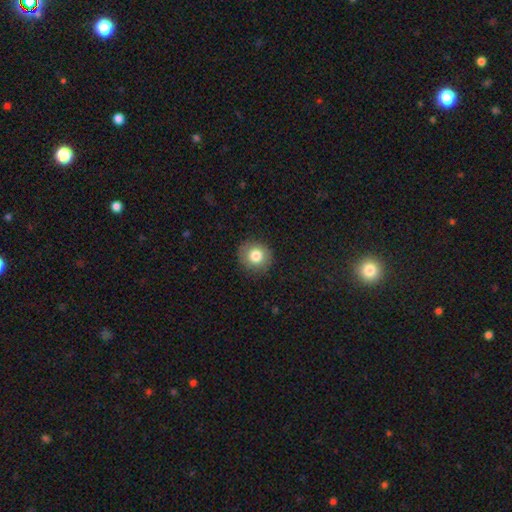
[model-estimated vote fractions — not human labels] This appears to be a smooth galaxy with no disk features (81%) that is round (87%). Merging: none (89%).